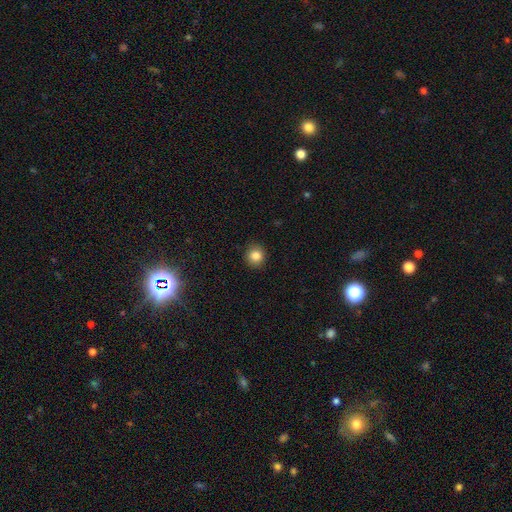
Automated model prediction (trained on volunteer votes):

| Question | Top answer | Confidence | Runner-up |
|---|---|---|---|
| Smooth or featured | smooth | 84% | star or artifact (11%) |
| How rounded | round | 89% | in between (10%) |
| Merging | none | 90% | minor disturbance (7%) |